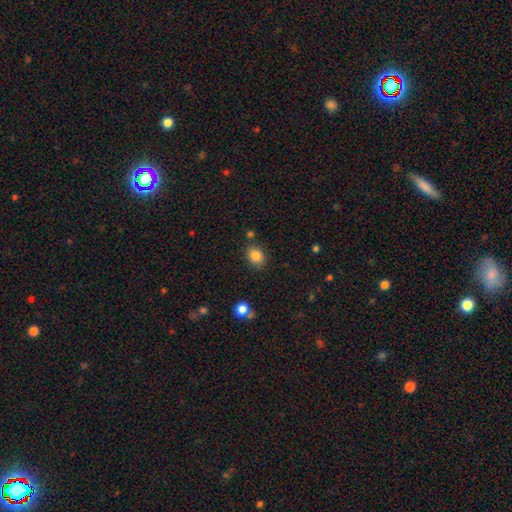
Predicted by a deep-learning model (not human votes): This appears to be a smooth galaxy with no disk features (85%) that is in between round and cigar-shaped (57%). Merging: none (81%).